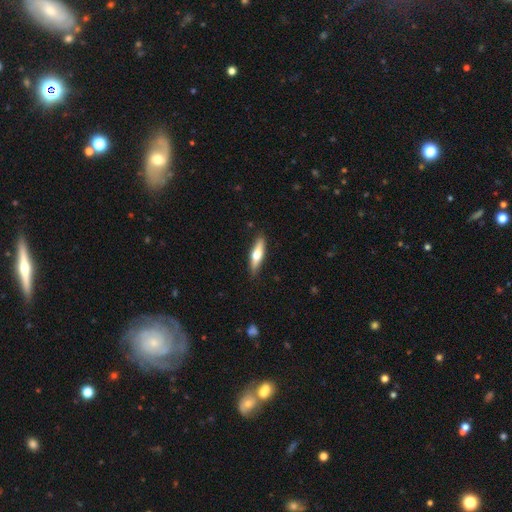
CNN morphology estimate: A smooth galaxy with no disk features (52%) that is cigar-shaped (71%).

Vote fractions:
- Smooth or featured? smooth: 52% / featured or disk: 43% / star or artifact: 5%
- How rounded? cigar-shaped: 71% / in between: 27% / round: 2%
- Merging? none: 86% / minor disturbance: 11% / major disturbance: 2% / merger: 1%